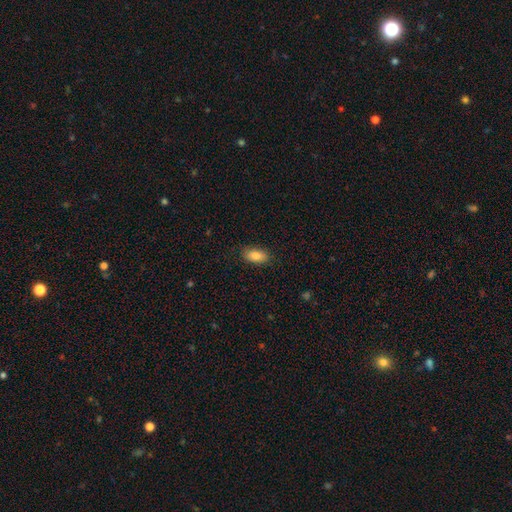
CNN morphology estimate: type=smooth (85%); roundness=in between (91%); merging=none (86%).